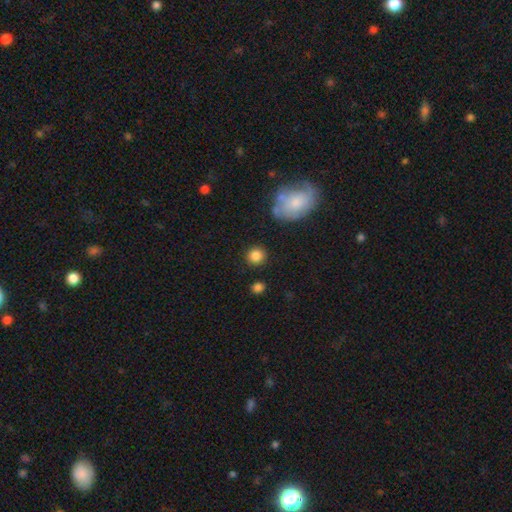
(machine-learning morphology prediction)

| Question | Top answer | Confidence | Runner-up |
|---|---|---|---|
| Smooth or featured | smooth | 85% | star or artifact (9%) |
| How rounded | round | 91% | in between (8%) |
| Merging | none | 87% | minor disturbance (7%) |